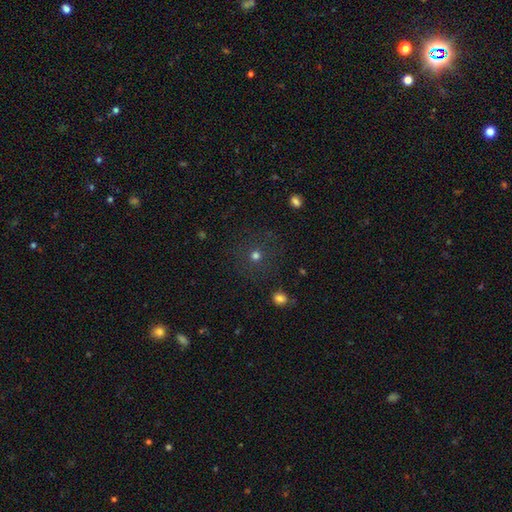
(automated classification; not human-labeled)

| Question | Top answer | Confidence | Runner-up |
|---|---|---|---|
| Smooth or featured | smooth | 70% | star or artifact (21%) |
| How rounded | round | 91% | in between (8%) |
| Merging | none | 82% | minor disturbance (9%) |